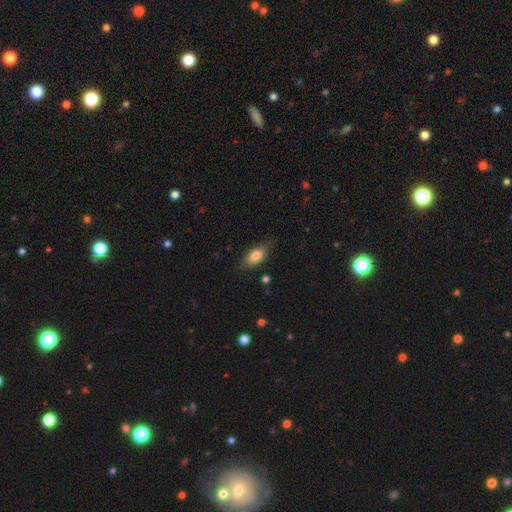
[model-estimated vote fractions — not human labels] A smooth galaxy with no disk features (78%) that is in between round and cigar-shaped (84%). Merging: none (78%).